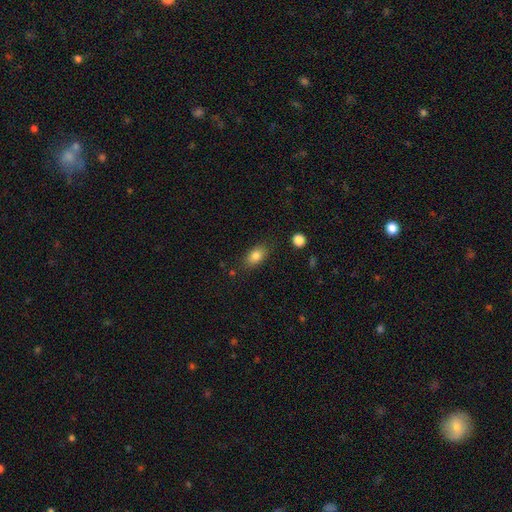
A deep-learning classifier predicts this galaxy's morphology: Overall: smooth (84%). How rounded: in between (84%). Merging: none (79%).